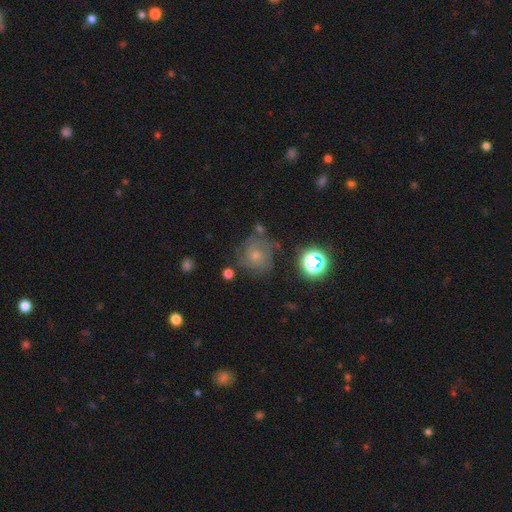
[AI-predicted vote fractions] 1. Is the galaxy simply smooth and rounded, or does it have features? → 45% featured or disk, 30% smooth, 26% star or artifact.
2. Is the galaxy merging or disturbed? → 68% none, 18% minor disturbance, 9% major disturbance, 5% merger.